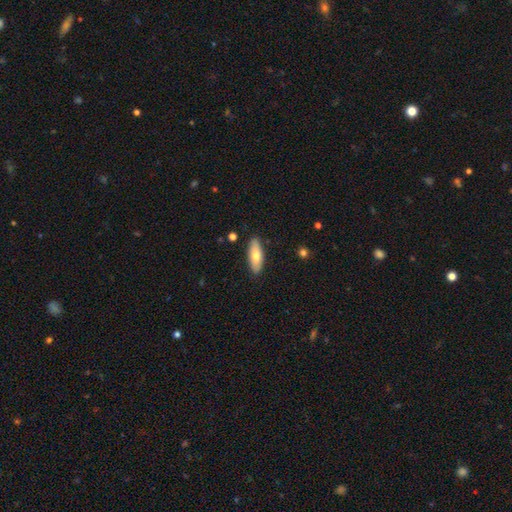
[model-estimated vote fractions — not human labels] This appears to be a smooth galaxy with no disk features (69%) that is in between round and cigar-shaped (73%). Merging: none (87%).